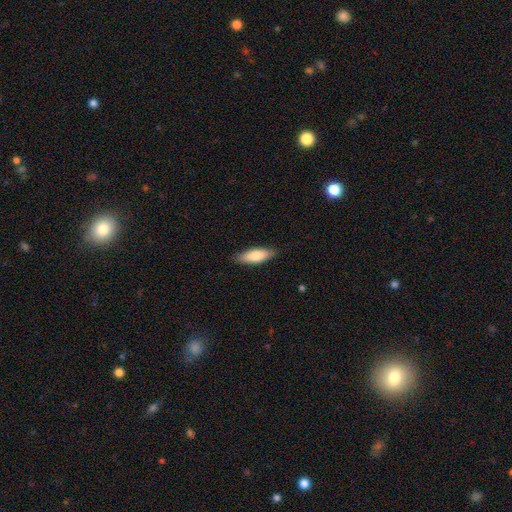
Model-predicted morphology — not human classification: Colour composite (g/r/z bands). It shows a smooth galaxy with no disk features (79%) that is in between round and cigar-shaped (59%). Merging: none (85%).